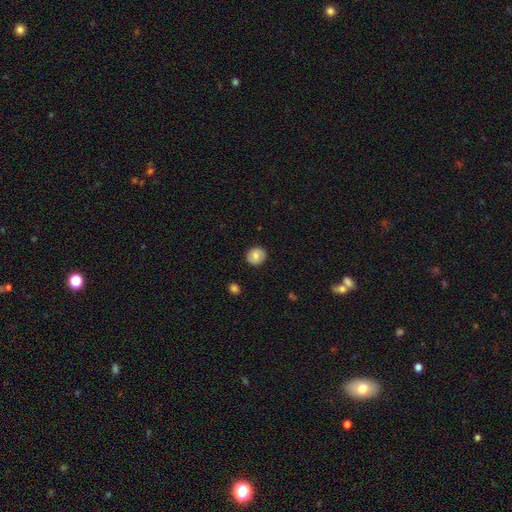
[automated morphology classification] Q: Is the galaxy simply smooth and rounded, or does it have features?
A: smooth — 71%.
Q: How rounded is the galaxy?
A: round — 86%.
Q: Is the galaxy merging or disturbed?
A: none — 88%.